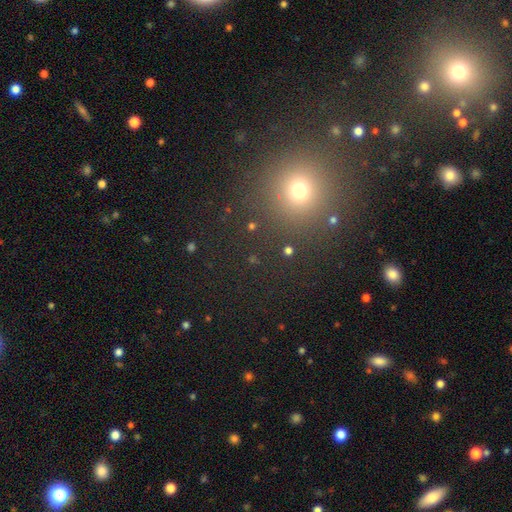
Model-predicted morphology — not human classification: This appears to be a smooth galaxy with no disk features (49%). Merging: none (87%).